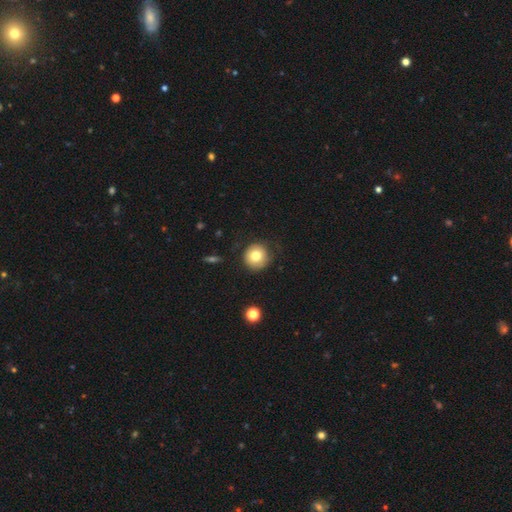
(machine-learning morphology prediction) smooth 76%, featured or disk 15%, star or artifact 9%. Down the decision tree: how rounded — round (93%); merging — none (76%).